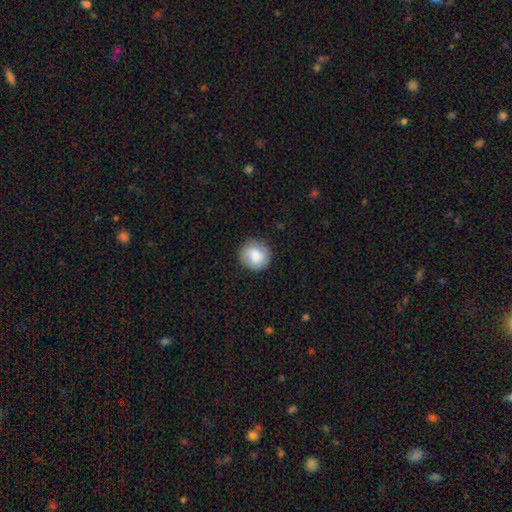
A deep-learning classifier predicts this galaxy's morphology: A smooth galaxy with no disk features (80%) that is round (90%).

Vote fractions:
- Smooth or featured? smooth: 80% / featured or disk: 13% / star or artifact: 7%
- How rounded? round: 90% / in between: 9% / cigar-shaped: 1%
- Merging? none: 84% / minor disturbance: 12% / major disturbance: 3% / merger: 1%